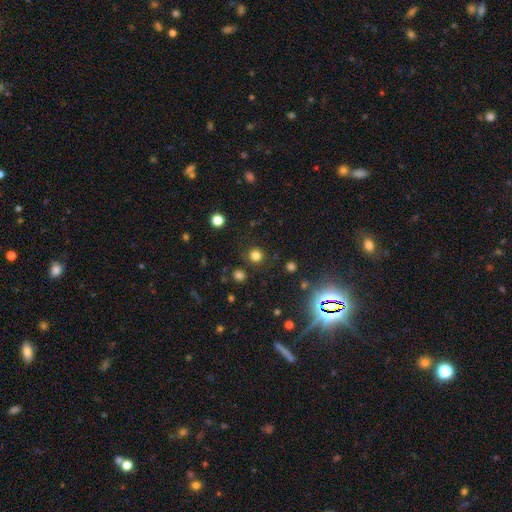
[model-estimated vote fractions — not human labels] Smooth or featured: smooth — 78% (star or artifact — 17%)
How rounded: round — 92% (in between — 7%)
Merging: none — 87% (minor disturbance — 7%)